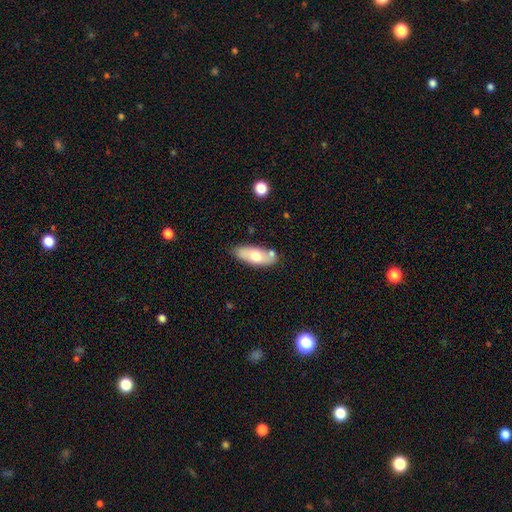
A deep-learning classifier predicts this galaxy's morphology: Smooth or featured: smooth — 62% (featured or disk — 31%)
How rounded: in between — 81% (cigar-shaped — 16%)
Merging: none — 73% (minor disturbance — 15%)